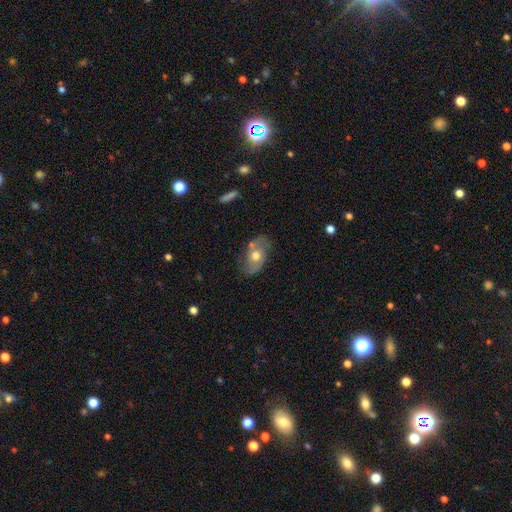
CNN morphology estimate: The model was most divided on "smooth or featured": featured or disk: 61%, smooth: 31%, star or artifact: 8%. More confident: edge-on disk — no (93%); bar — no (76%); bulge size — moderate (75%); spiral arms — yes (73%); merging — none (68%).